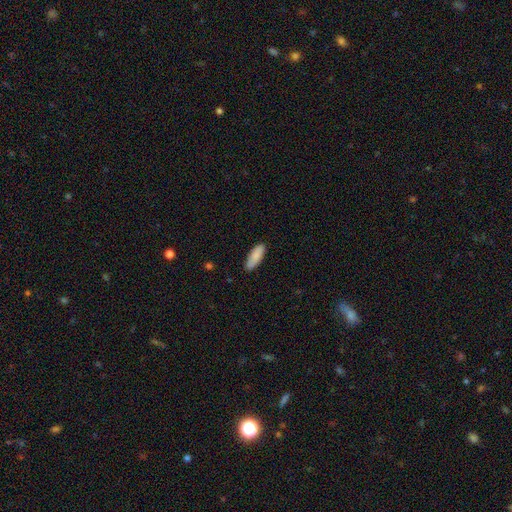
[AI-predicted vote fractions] Morphology: type=smooth (87%); roundness=in between (65%); merging=none (83%).